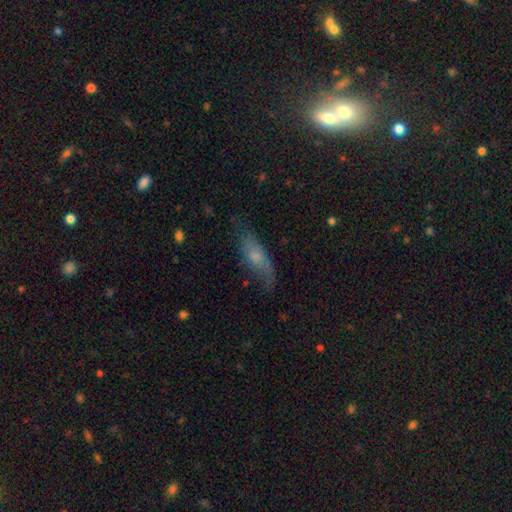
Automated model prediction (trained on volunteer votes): Overall: smooth (56%; featured or disk 36%). How rounded: in between (57%; cigar-shaped 40%). Merging: none (63%; minor disturbance 26%).